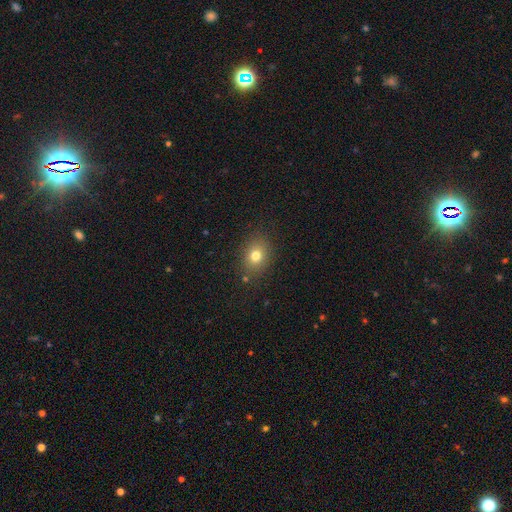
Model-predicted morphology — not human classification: The model was most divided on "how rounded": in between: 50%, round: 49%, cigar-shaped: 1%. More confident: merging — none (85%); smooth or featured — smooth (76%).